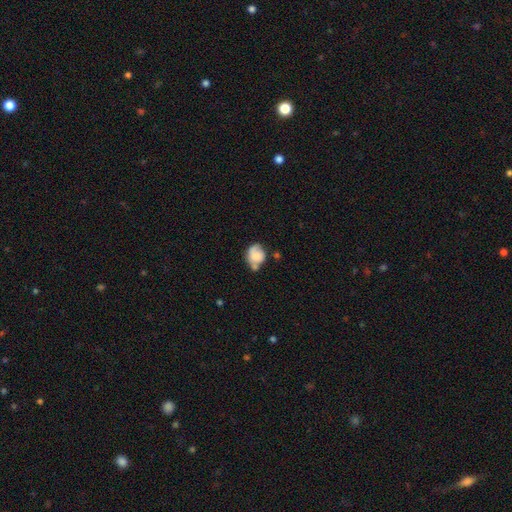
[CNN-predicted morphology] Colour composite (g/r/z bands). It shows a smooth galaxy with no disk features (63%) that is round (54%). Merging: none (36%).